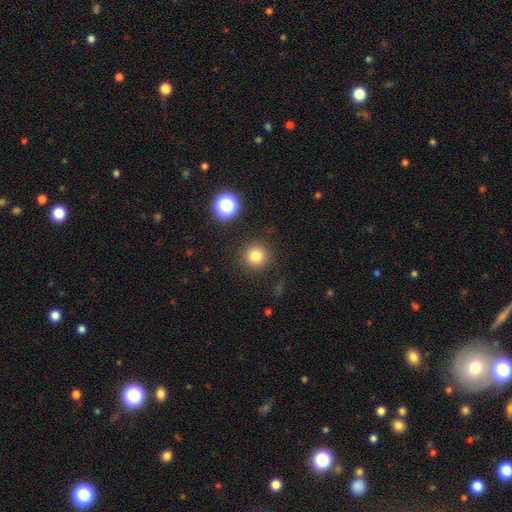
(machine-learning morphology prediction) The model was most divided on "smooth or featured": smooth: 80%, star or artifact: 13%, featured or disk: 7%. More confident: how rounded — round (95%); merging — none (90%).